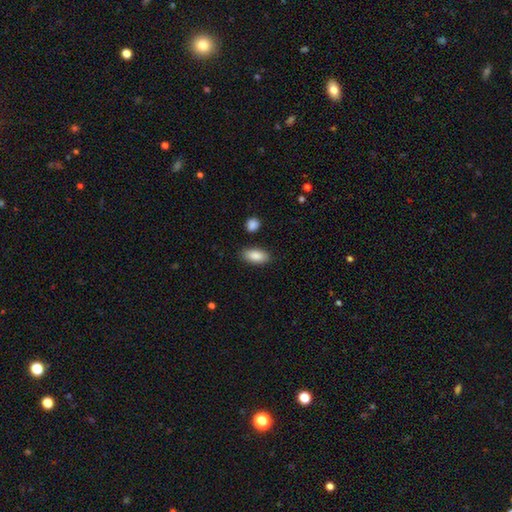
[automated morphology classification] This appears to be a smooth galaxy with no disk features (88%) that is in between round and cigar-shaped (91%). Merging: none (86%).